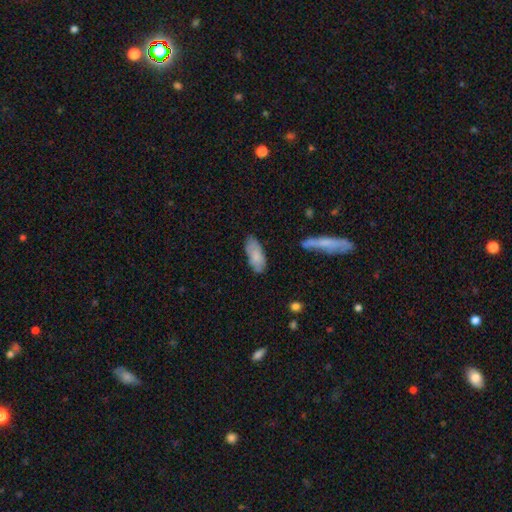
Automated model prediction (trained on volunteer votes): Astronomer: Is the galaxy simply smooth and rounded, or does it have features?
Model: smooth — 78%.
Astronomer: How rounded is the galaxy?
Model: in between — 81%.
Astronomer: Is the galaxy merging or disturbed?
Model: none — 67%.